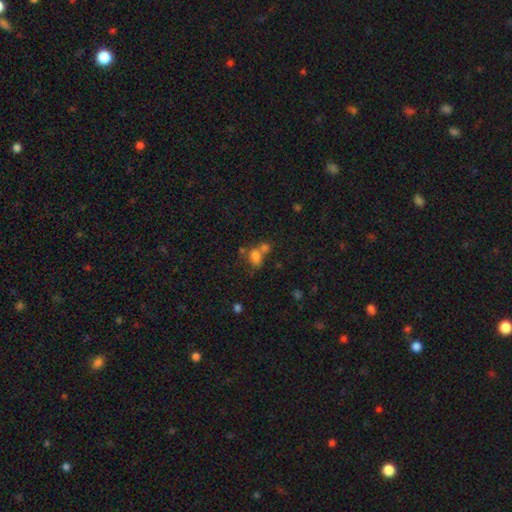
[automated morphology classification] smooth_or_featured: smooth (p=0.71) [alt: star or artifact p=0.17]
how_rounded: in between (p=0.74) [alt: round p=0.23]
merging: merger (p=0.52) [alt: none p=0.31]